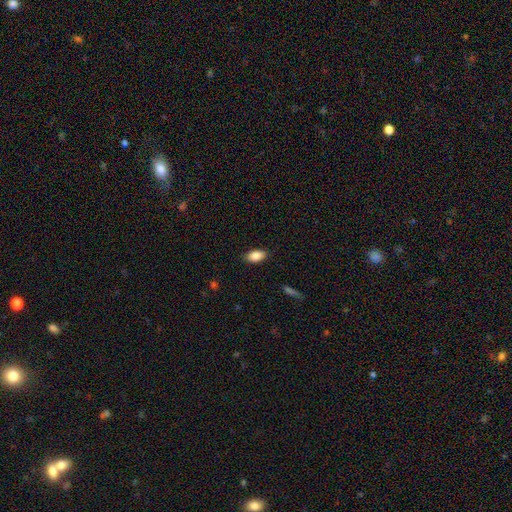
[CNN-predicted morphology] A smooth galaxy with no disk features (87%) that is in between round and cigar-shaped (92%). Merging: none (86%).